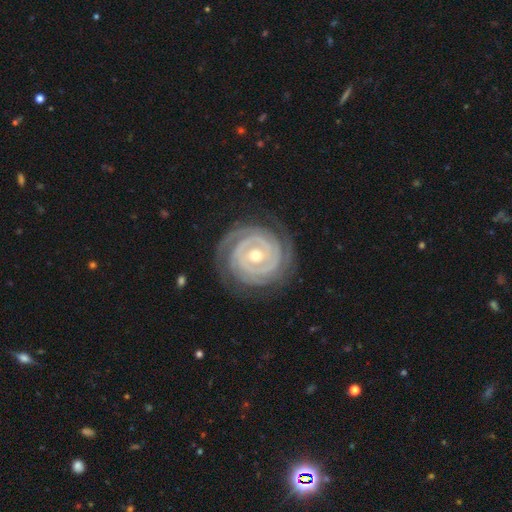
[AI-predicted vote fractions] Morphology: type=featured or disk (92%); edge-on=no (98%); bar=no (58%); spiral arms=yes (98%); winding=tight (90%); arm count=2 (55%); bulge=moderate (52%); merging=none (82%).